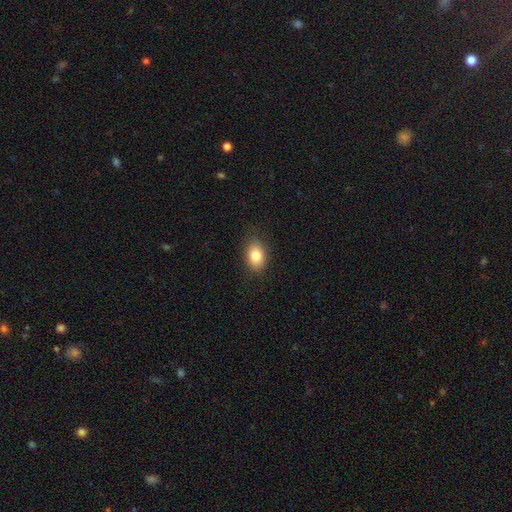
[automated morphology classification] smooth-or-featured: smooth: 82% | featured or disk: 9% | star or artifact: 9%
  how-rounded: in between: 81% | round: 17% | cigar-shaped: 2%
  merging: none: 83% | minor disturbance: 13% | major disturbance: 3% | merger: 1%